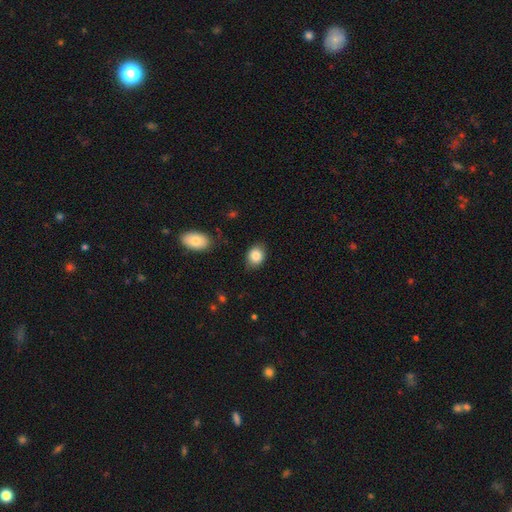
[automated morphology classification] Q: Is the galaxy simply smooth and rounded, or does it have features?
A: smooth — 84%.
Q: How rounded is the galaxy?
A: in between — 58%.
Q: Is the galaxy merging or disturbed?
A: none — 81%.